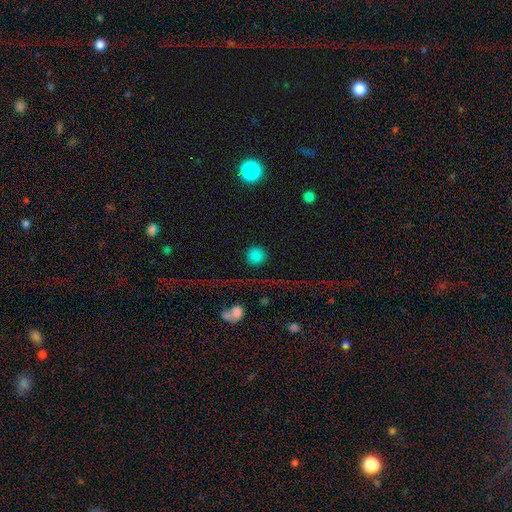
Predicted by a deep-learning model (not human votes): smooth_or_featured: smooth (p=0.79) [alt: star or artifact p=0.15]
how_rounded: round (p=0.95) [alt: in between p=0.04]
merging: none (p=0.86) [alt: minor disturbance p=0.06]